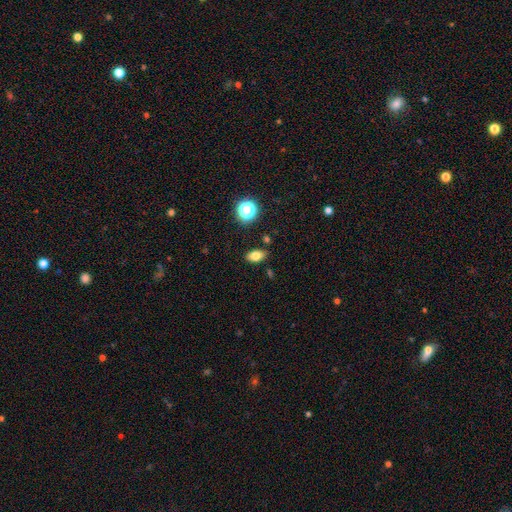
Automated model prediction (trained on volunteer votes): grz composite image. It shows a smooth galaxy with no disk features (79%) that is in between round and cigar-shaped (86%). Merging: none (84%).